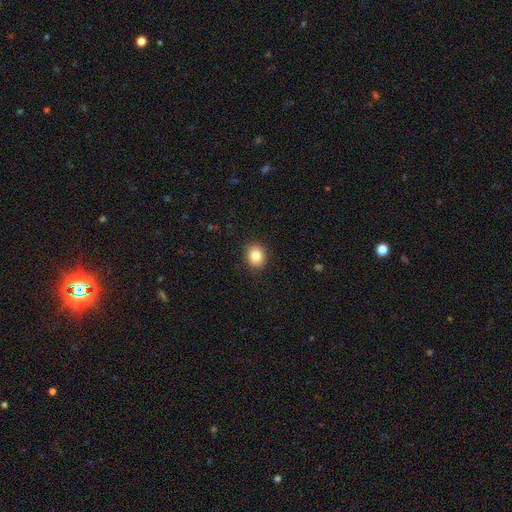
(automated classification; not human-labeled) Q: Smooth or featured?
A: smooth (82%); runner-up: star or artifact (10%)
Q: How rounded?
A: round (76%); runner-up: in between (24%)
Q: Merging?
A: none (90%); runner-up: minor disturbance (7%)